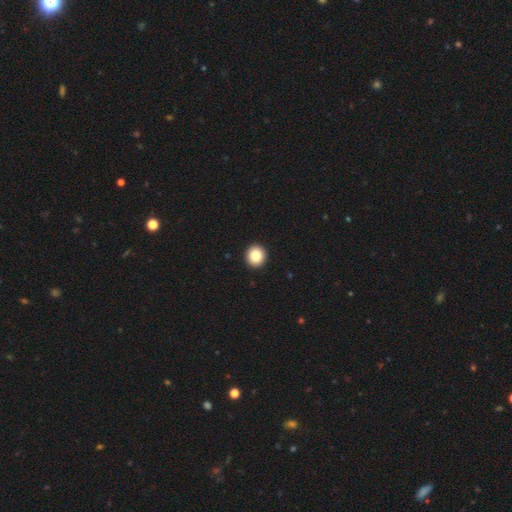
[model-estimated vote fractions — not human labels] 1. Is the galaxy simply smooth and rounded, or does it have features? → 84% smooth, 9% star or artifact, 7% featured or disk.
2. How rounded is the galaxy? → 92% round, 7% in between, 1% cigar-shaped.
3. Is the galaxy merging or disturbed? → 94% none, 3% minor disturbance, 1% major disturbance, 1% merger.